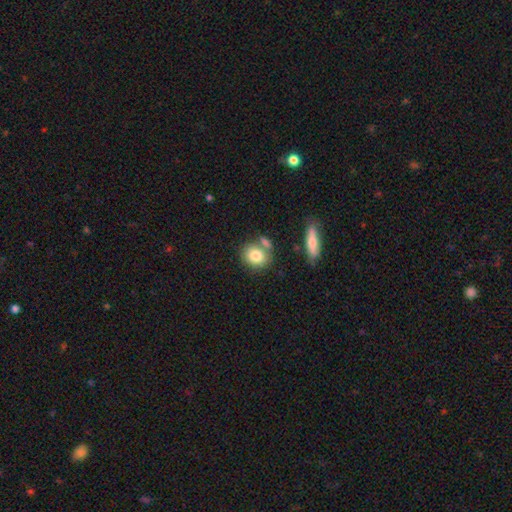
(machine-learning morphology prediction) type=smooth (81%); roundness=round (59%); merging=none (57%).